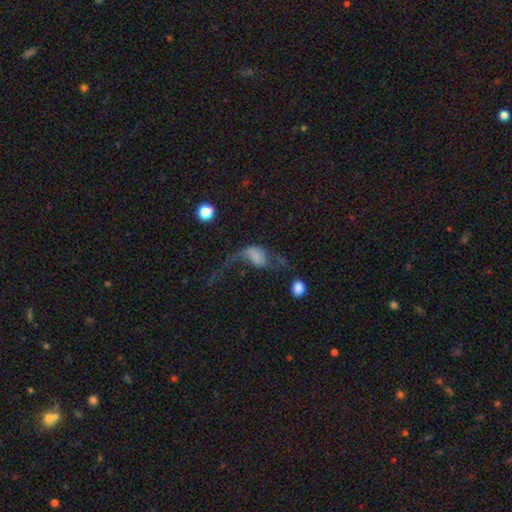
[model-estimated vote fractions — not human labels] This is possibly a smooth galaxy (47%). Merging: possibly major disturbance (59%).